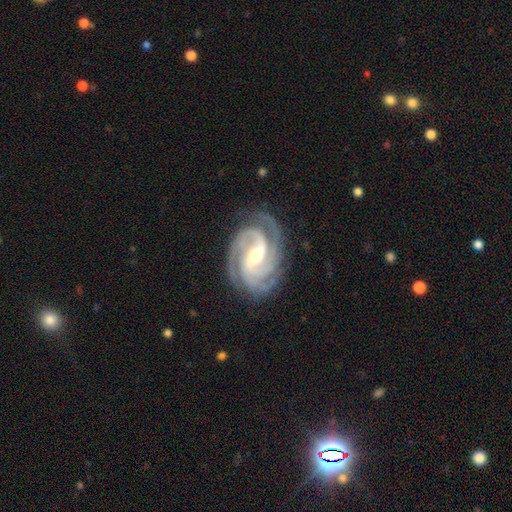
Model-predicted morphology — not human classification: Smooth or featured: featured or disk — 93% (star or artifact — 4%)
Edge-on disk: no — 98% (yes — 2%)
Bar: weak — 46% (strong — 34%)
Spiral arms: yes — 99% (no — 1%)
Spiral winding: tight — 60% (medium — 36%)
Spiral arm count: 3 — 48% (2 — 21%)
Bulge size: moderate — 57% (small — 38%)
Merging: none — 79% (minor disturbance — 15%)